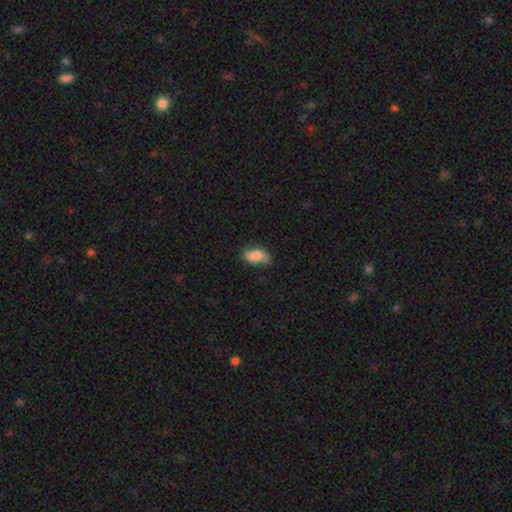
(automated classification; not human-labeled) A smooth galaxy with no disk features (67%) that is in between round and cigar-shaped (88%).

Vote fractions:
- Smooth or featured? smooth: 67% / featured or disk: 25% / star or artifact: 8%
- How rounded? in between: 88% / cigar-shaped: 7% / round: 5%
- Merging? none: 76% / minor disturbance: 18% / major disturbance: 4% / merger: 1%